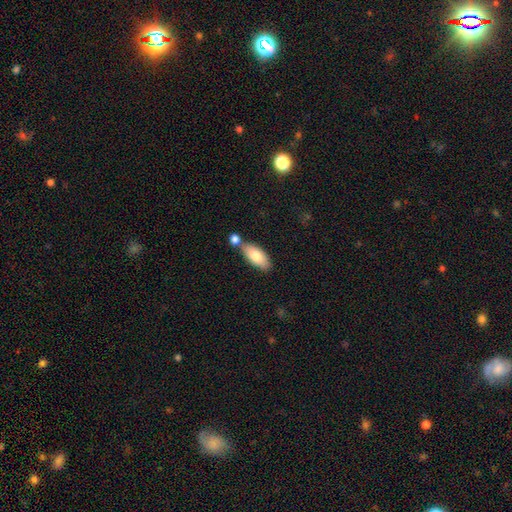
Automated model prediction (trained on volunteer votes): Smooth or featured: smooth — 79% (featured or disk — 15%)
How rounded: in between — 86% (cigar-shaped — 11%)
Merging: none — 60% (merger — 24%)